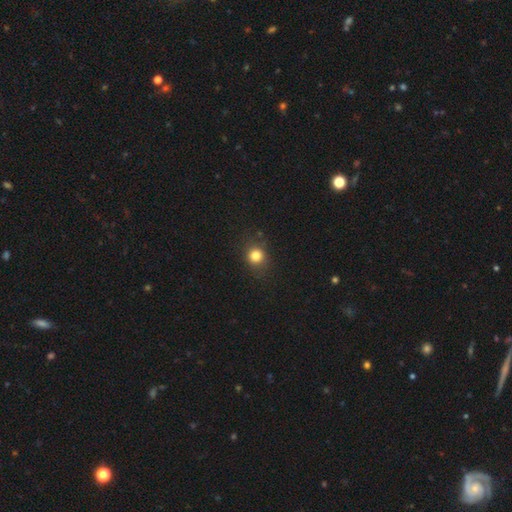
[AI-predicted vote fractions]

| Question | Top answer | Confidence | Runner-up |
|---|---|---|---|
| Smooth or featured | smooth | 81% | star or artifact (13%) |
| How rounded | round | 80% | in between (19%) |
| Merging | none | 83% | minor disturbance (12%) |